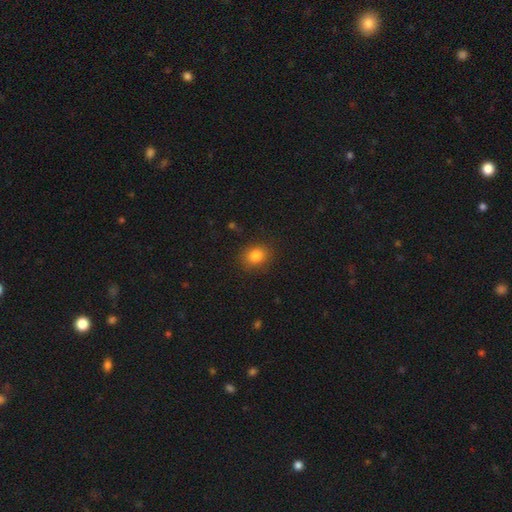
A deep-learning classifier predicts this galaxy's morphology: This is clearly a smooth galaxy (84%). How rounded: possibly round (57%). Merging: clearly none (86%).